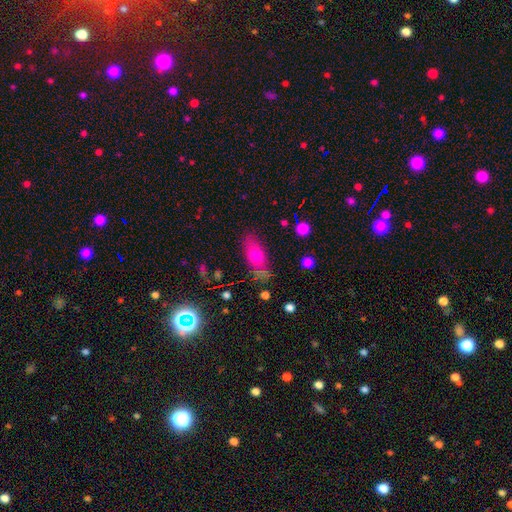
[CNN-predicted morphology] Smooth or featured? Predicted: smooth (p=0.68). How rounded? Predicted: in between (p=0.74). Merging? Predicted: none (p=0.73).